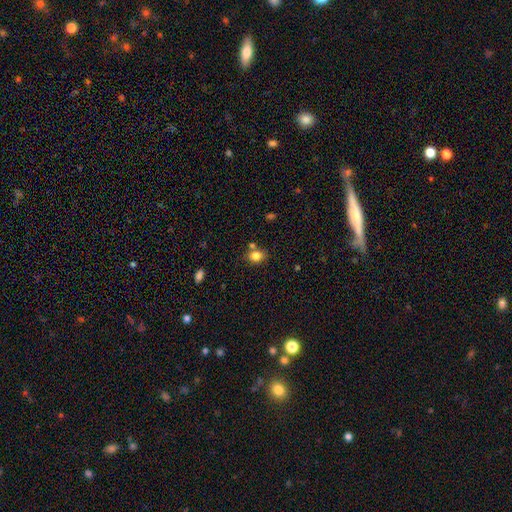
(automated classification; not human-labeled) Morphology: type=smooth (82%); roundness=round (54%); merging=none (70%).